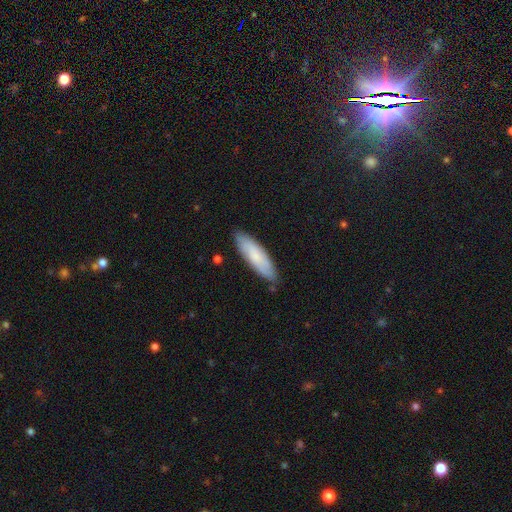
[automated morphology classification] This is likely a smooth galaxy (72%). How rounded: possibly cigar-shaped (60%). Merging: clearly none (83%).